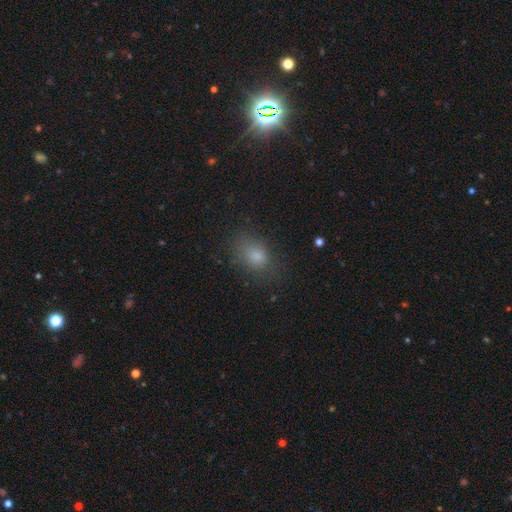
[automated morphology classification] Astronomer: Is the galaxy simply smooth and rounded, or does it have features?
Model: smooth — 79%.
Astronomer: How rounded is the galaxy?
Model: in between — 74%.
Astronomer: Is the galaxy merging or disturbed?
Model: none — 74%.